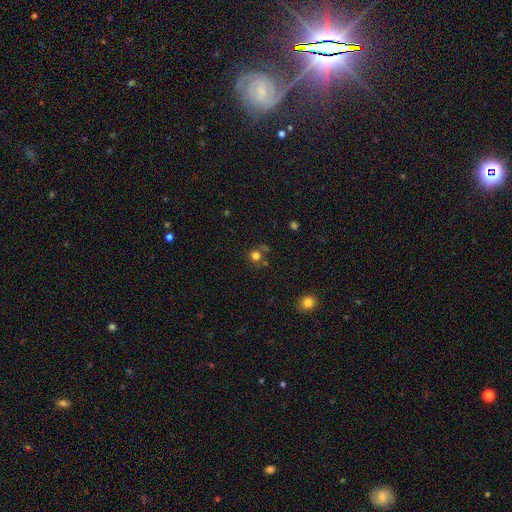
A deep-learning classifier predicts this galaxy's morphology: Smooth or featured?
  - smooth: 74% *
  - star or artifact: 19%
  - featured or disk: 7%
How rounded?
  - round: 89% *
  - in between: 10%
  - cigar-shaped: 1%
Merging?
  - none: 68% *
  - merger: 15%
  - minor disturbance: 12%
  - major disturbance: 6%